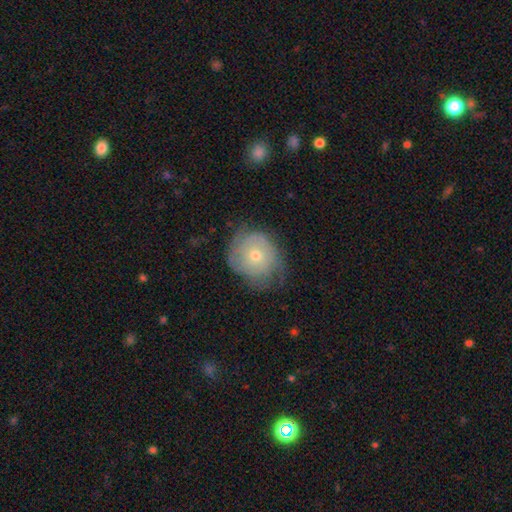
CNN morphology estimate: Smooth or featured? Predicted: featured or disk (p=0.49). Merging? Predicted: none (p=0.57).